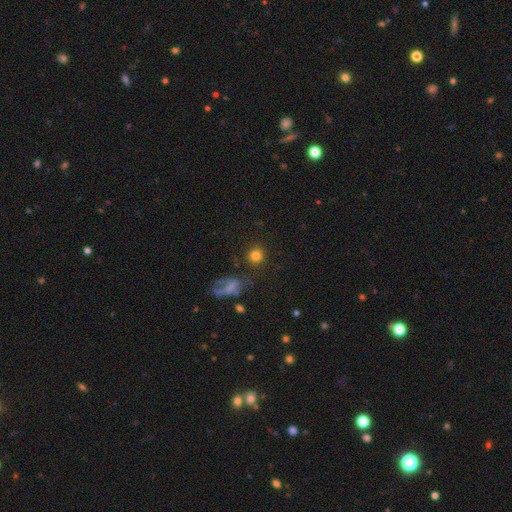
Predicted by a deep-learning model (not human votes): Q: Smooth or featured?
A: smooth (76%); runner-up: star or artifact (14%)
Q: How rounded?
A: round (89%); runner-up: in between (10%)
Q: Merging?
A: none (80%); runner-up: minor disturbance (9%)